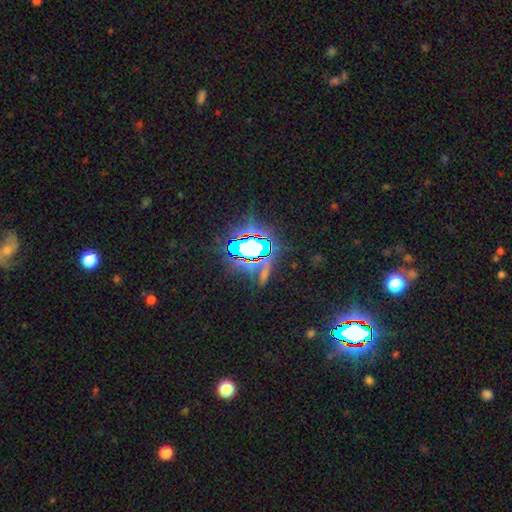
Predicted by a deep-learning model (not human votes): Overall: star or artifact (81%).